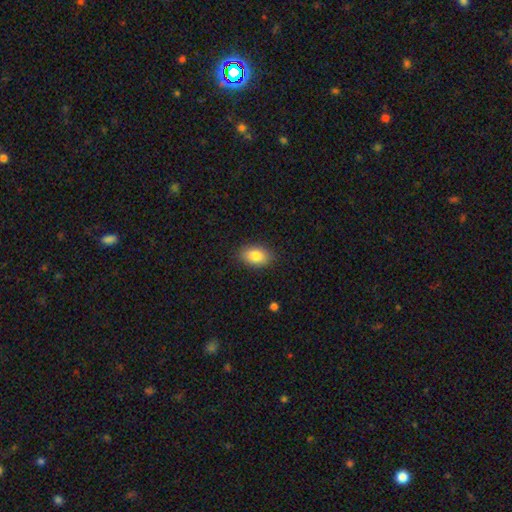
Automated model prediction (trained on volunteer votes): This appears to be a smooth galaxy with no disk features (85%) that is in between round and cigar-shaped (88%). Merging: none (87%).